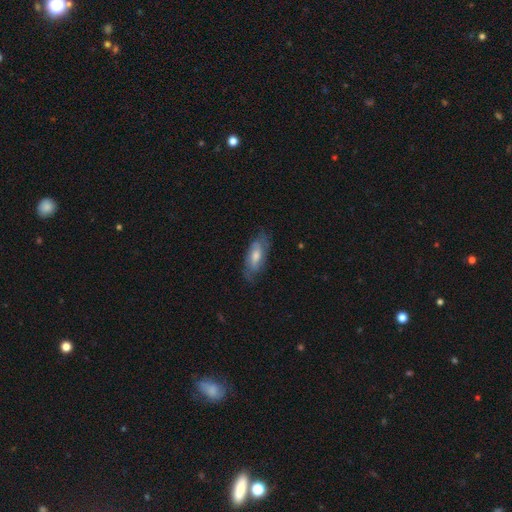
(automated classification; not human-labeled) Smooth or featured? featured or disk (52%)
Edge-on disk? no (79%)
Merging? none (76%)